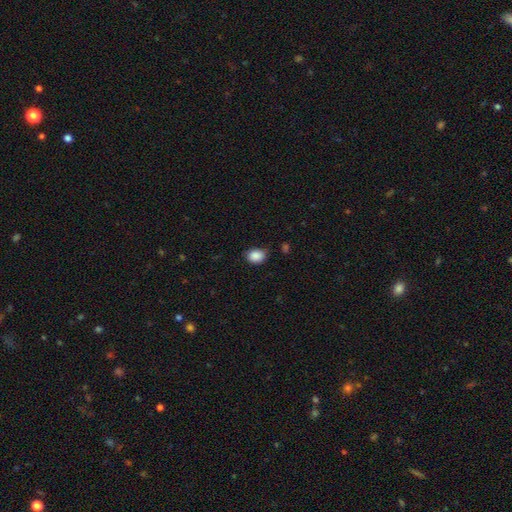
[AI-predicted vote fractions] smooth-or-featured: smooth: 88% | star or artifact: 8% | featured or disk: 3%
  how-rounded: in between: 62% | round: 38% | cigar-shaped: 1%
  merging: none: 78% | minor disturbance: 17% | major disturbance: 3% | merger: 1%